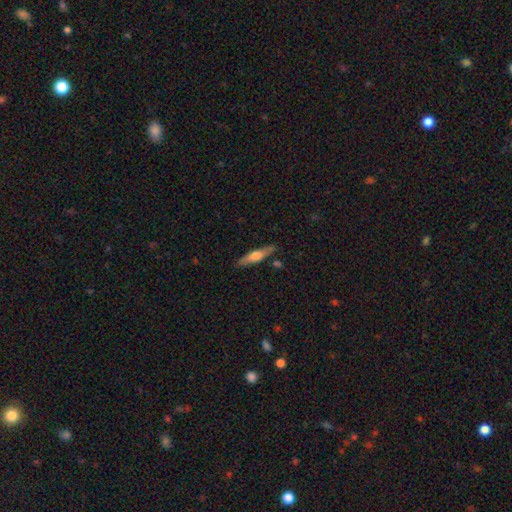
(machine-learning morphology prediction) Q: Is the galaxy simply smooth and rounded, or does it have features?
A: featured or disk — 50%.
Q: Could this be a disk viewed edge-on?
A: yes — 92%.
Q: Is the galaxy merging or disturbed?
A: none — 85%.